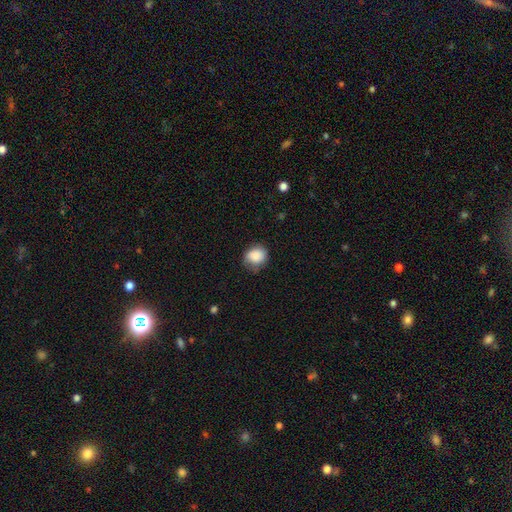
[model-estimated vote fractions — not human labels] A smooth galaxy with no disk features (85%) that is round (72%). Merging: none (62%).